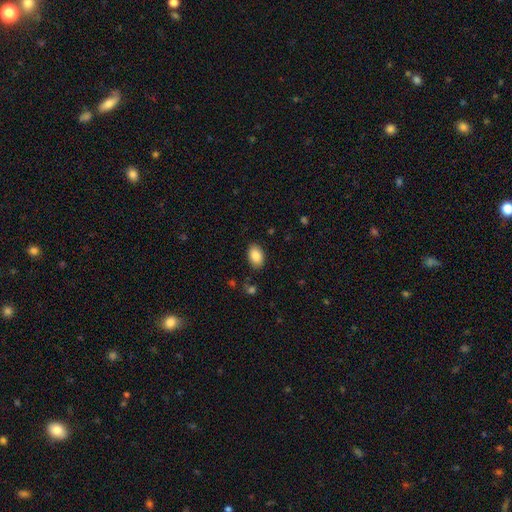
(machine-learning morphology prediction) Smooth or featured? smooth (88%)
How rounded? in between (91%)
Merging? none (85%)